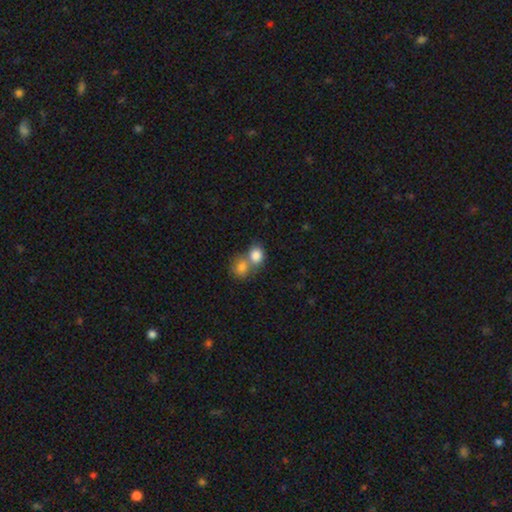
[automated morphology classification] Q: Smooth or featured?
A: smooth (82%); runner-up: featured or disk (9%)
Q: How rounded?
A: round (66%); runner-up: in between (33%)
Q: Merging?
A: merger (61%); runner-up: none (29%)